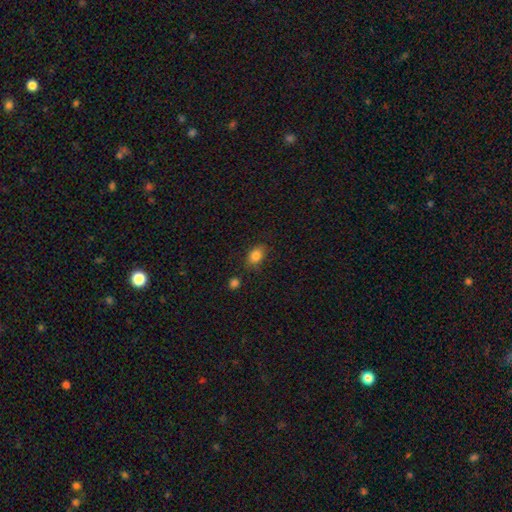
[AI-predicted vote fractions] This appears to be a smooth galaxy with no disk features (84%) that is in between round and cigar-shaped (78%). Merging: none (78%).